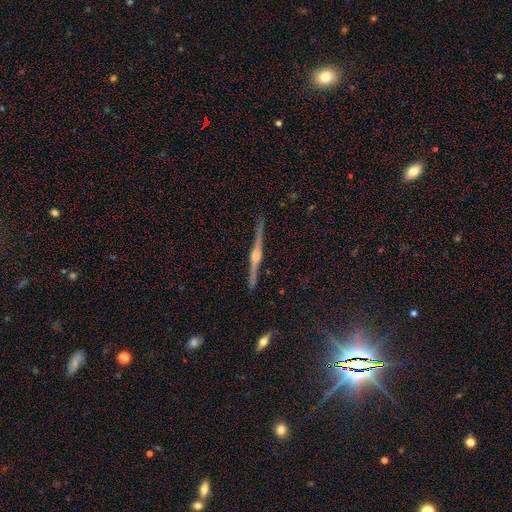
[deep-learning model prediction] Smooth or featured: featured or disk — 86% (star or artifact — 7%)
Edge-on disk: yes — 98% (no — 2%)
Edge-on bulge: rounded — 88% (boxy — 8%)
Merging: none — 91% (minor disturbance — 6%)